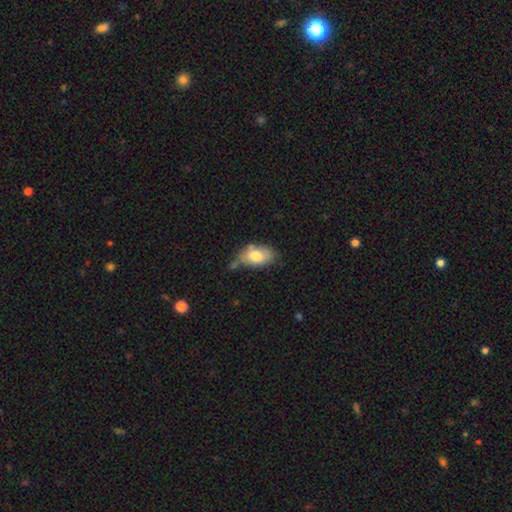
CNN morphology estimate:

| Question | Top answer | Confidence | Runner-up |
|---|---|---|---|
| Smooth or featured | smooth | 73% | featured or disk (20%) |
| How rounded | in between | 90% | round (7%) |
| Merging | none | 41% | minor disturbance (34%) |